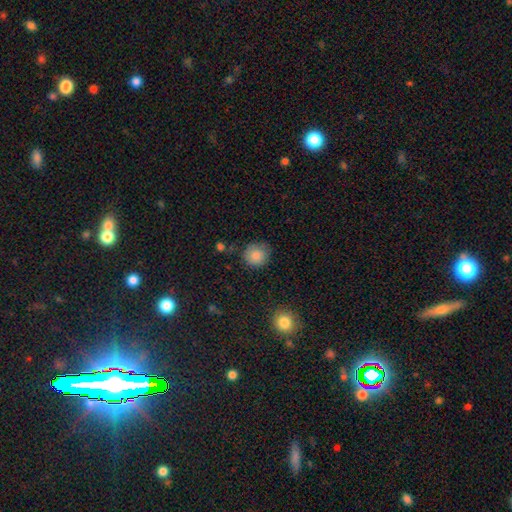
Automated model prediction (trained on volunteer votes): Q: Smooth or featured?
A: smooth (84%); runner-up: star or artifact (9%)
Q: How rounded?
A: round (86%); runner-up: in between (13%)
Q: Merging?
A: none (76%); runner-up: minor disturbance (18%)